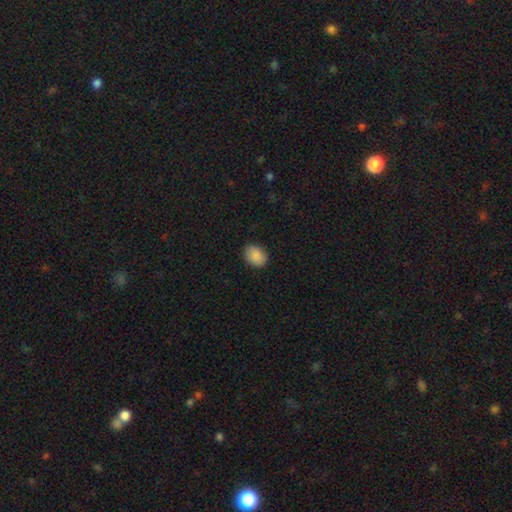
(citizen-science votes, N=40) Smooth or featured? 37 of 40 (92%) said smooth. How rounded? 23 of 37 (62%) said in between. Merging? 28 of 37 (76%) said none.